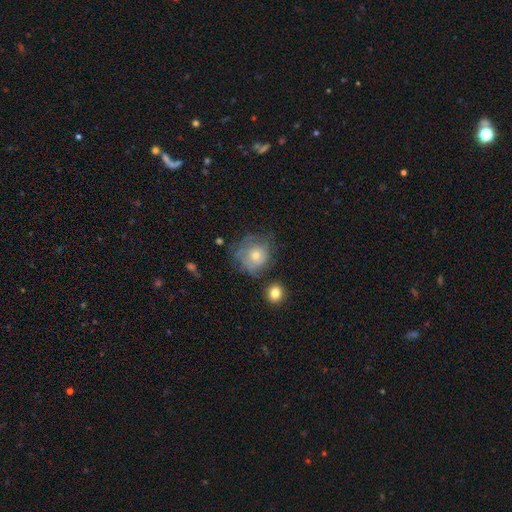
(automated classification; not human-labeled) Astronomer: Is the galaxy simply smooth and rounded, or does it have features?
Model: smooth — 44%, tied with featured or disk at 44%.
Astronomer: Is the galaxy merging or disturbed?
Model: none — 62%.